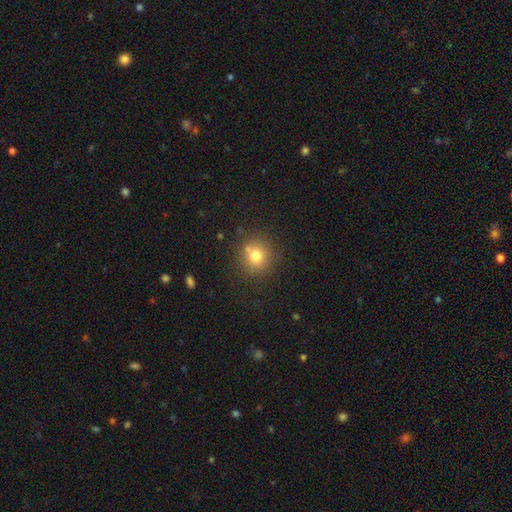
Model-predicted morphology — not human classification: Overall: smooth (75%). How rounded: round (91%). Merging: none (76%).